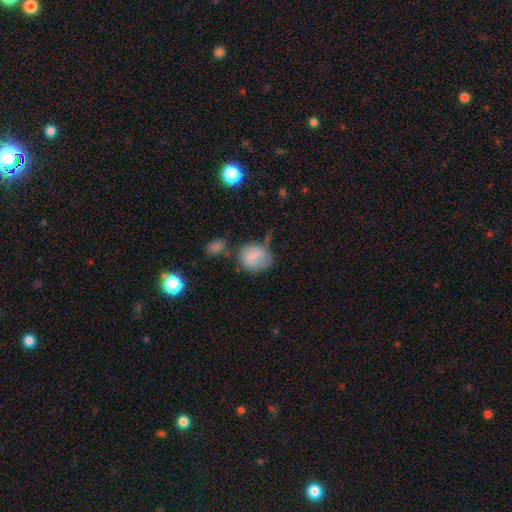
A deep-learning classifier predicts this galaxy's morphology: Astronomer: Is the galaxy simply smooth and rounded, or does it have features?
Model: smooth — 75%.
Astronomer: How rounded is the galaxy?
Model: round — 56% (runner-up: in between, 43%).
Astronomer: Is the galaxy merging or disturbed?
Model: none — 41% (runner-up: minor disturbance, 28%).